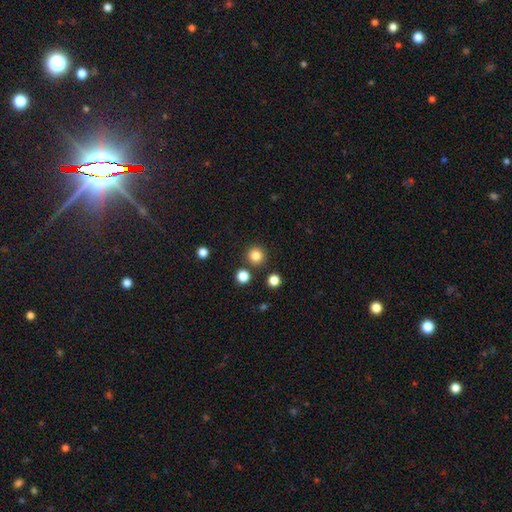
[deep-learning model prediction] Q: Smooth or featured?
A: smooth (82%); runner-up: star or artifact (13%)
Q: How rounded?
A: round (95%); runner-up: in between (4%)
Q: Merging?
A: none (87%); runner-up: minor disturbance (6%)